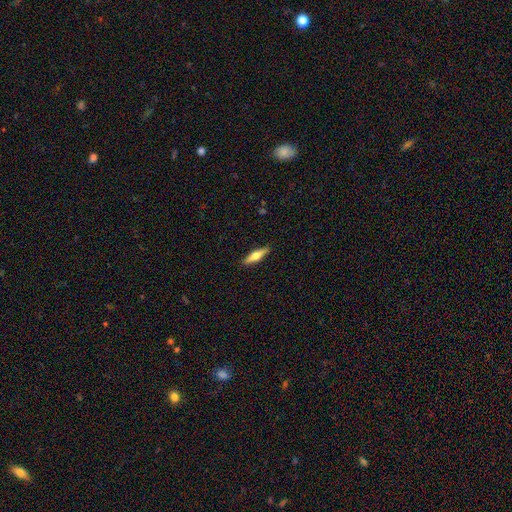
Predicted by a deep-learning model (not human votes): smooth-or-featured: smooth: 52% | featured or disk: 42% | star or artifact: 6%
  how-rounded: cigar-shaped: 71% | in between: 27% | round: 2%
  merging: none: 90% | minor disturbance: 7% | major disturbance: 2% | merger: 1%